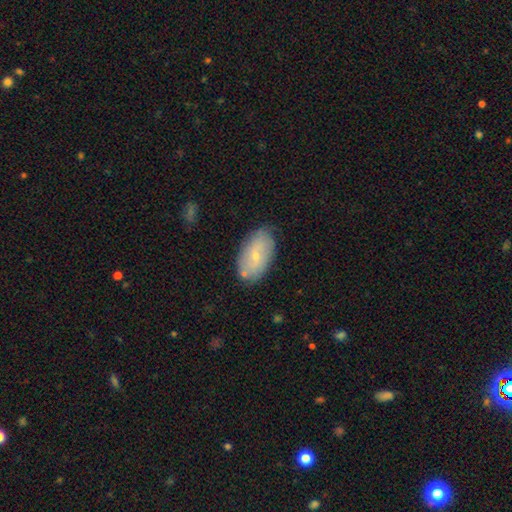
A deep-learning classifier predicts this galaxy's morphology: Smooth or featured? smooth (60%)
How rounded? in between (93%)
Merging? none (79%)